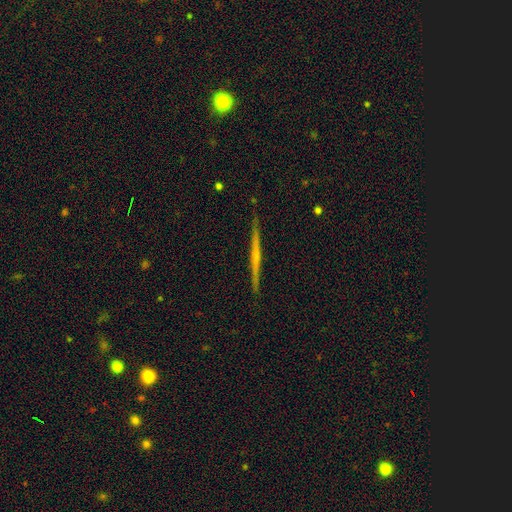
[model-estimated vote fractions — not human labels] This is likely a featured or disk galaxy (68%). It is clearly viewed edge-on (98%). Edge-on bulge: likely none (70%). Merging: clearly none (92%).